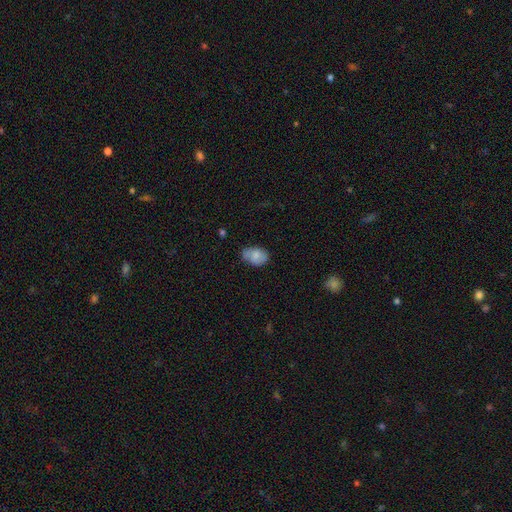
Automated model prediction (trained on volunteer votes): Smooth or featured? smooth (75%)
How rounded? in between (85%)
Merging? none (63%)